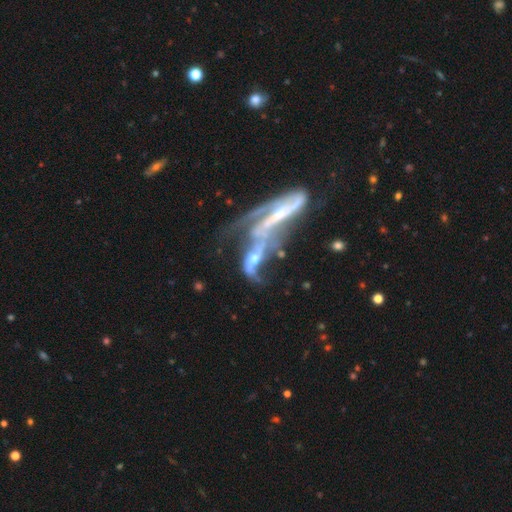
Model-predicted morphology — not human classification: featured or disk 74%, smooth 16%, star or artifact 10%. Down the decision tree: edge-on disk — no (81%); bar — no (57%); spiral arms — yes (65%); bulge size — moderate (36%, tied with small); merging — merger (71%).